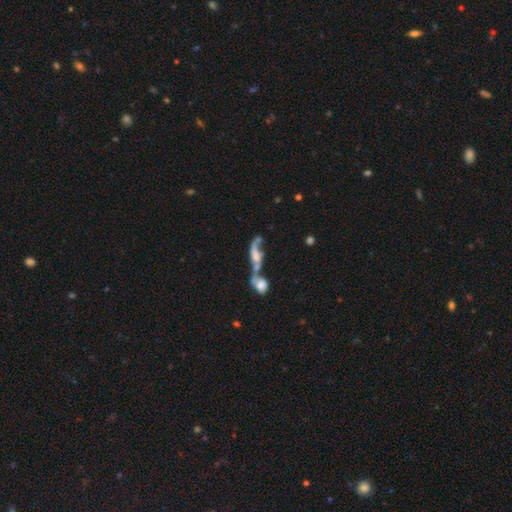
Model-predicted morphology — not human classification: A featured or disk galaxy (60%). Merging: merger (67%).